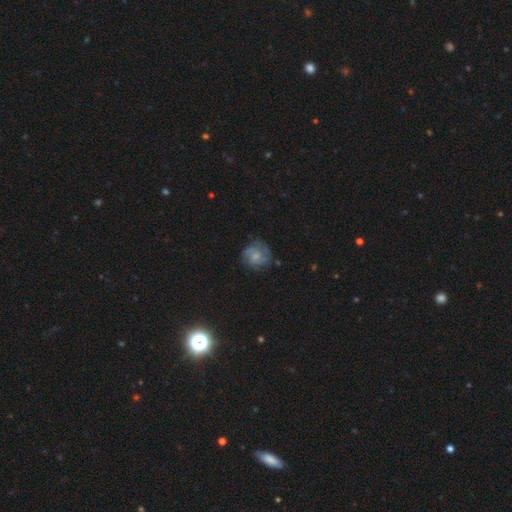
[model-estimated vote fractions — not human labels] Morphology: type=featured or disk (52%); edge-on=no (98%); bar=no (67%); spiral arms=yes (84%); bulge=small (44%); merging=none (70%).